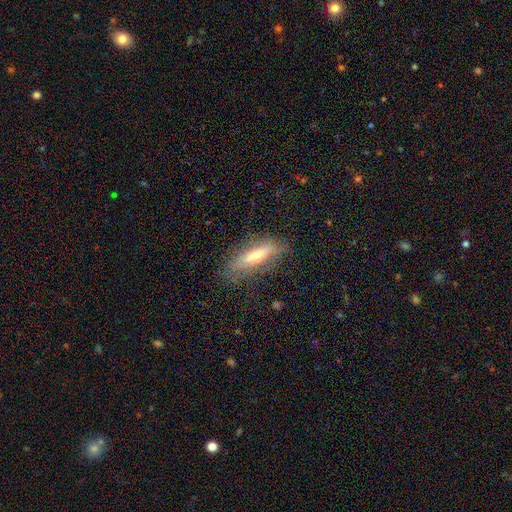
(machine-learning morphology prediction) Smooth or featured? featured or disk (50%)
Merging? none (72%)